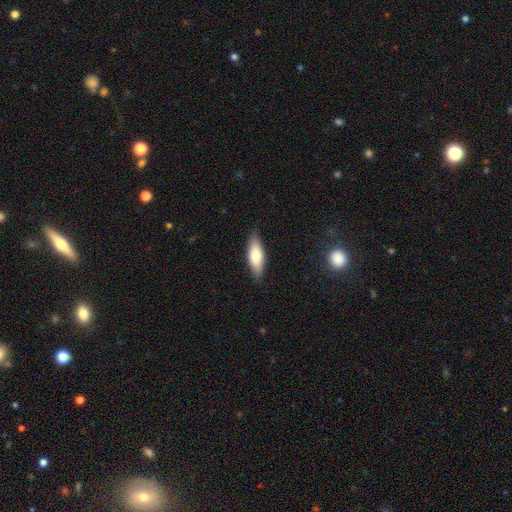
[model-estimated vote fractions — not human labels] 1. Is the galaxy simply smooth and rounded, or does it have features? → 73% smooth, 21% featured or disk, 6% star or artifact.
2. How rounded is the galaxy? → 60% in between, 38% cigar-shaped, 2% round.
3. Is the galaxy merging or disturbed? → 86% none, 11% minor disturbance, 2% major disturbance, 1% merger.